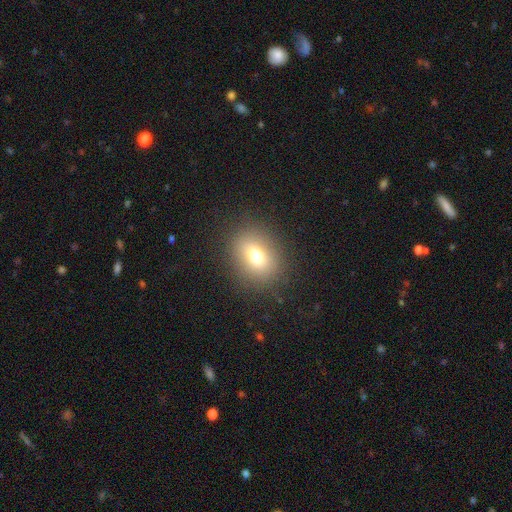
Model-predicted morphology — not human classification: This is likely a smooth galaxy (72%). How rounded: possibly round (54%). Merging: clearly none (86%).